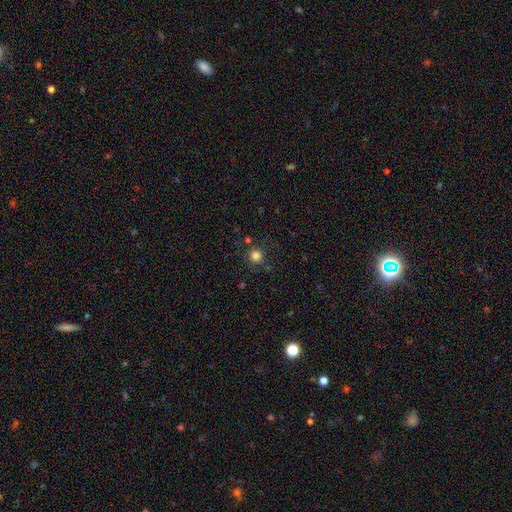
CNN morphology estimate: Smooth or featured?
  - smooth: 81% *
  - star or artifact: 14%
  - featured or disk: 5%
How rounded?
  - round: 94% *
  - in between: 5%
  - cigar-shaped: 1%
Merging?
  - none: 83% *
  - minor disturbance: 9%
  - merger: 4%
  - major disturbance: 4%